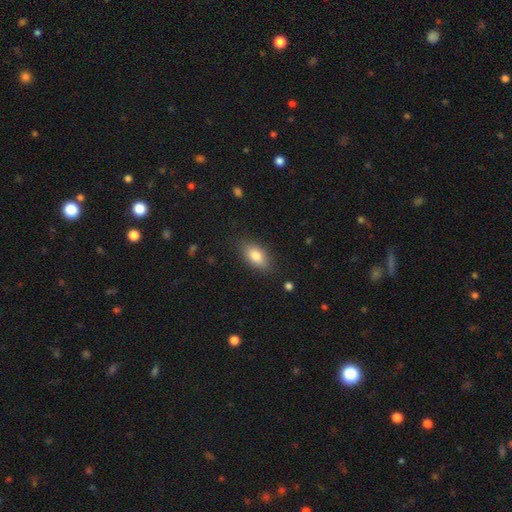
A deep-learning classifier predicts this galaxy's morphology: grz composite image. It shows a smooth galaxy with no disk features (81%) that is in between round and cigar-shaped (88%). Merging: none (82%).